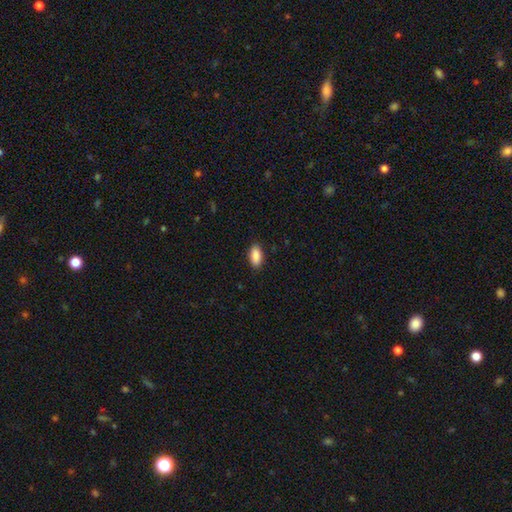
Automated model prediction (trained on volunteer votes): smooth-or-featured: smooth: 90% | star or artifact: 7% | featured or disk: 3%
  how-rounded: in between: 92% | cigar-shaped: 5% | round: 3%
  merging: none: 89% | minor disturbance: 8% | major disturbance: 2% | merger: 1%